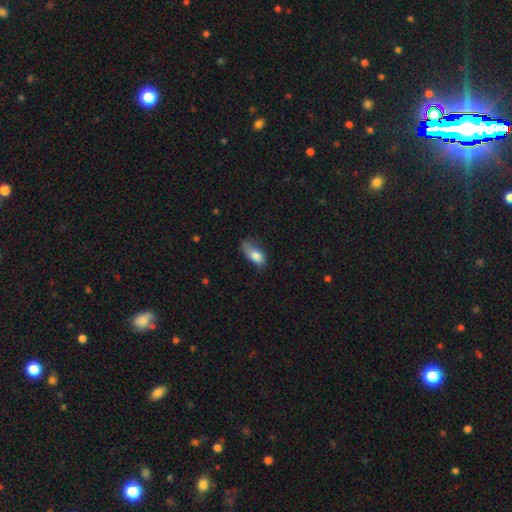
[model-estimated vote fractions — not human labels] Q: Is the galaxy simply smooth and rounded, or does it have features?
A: smooth — 78%.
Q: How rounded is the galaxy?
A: in between — 85%.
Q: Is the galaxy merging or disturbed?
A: minor disturbance — 40%.